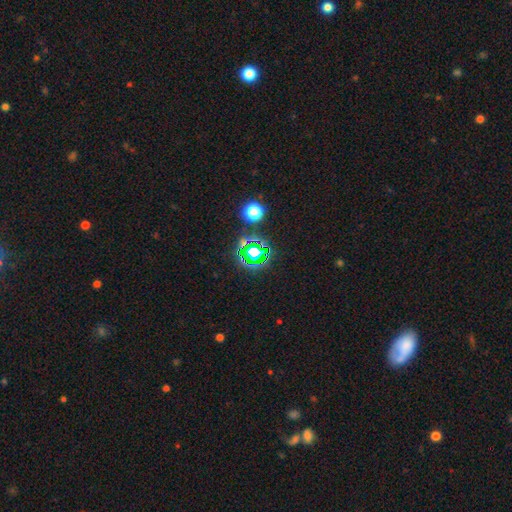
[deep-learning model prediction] star or artifact 68%, smooth 20%, featured or disk 12%.